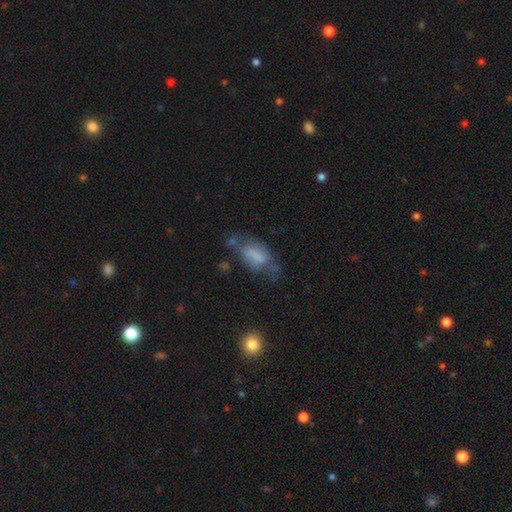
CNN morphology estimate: smooth 63%, featured or disk 27%, star or artifact 11%. Down the decision tree: how rounded — in between (85%); merging — none (37%).